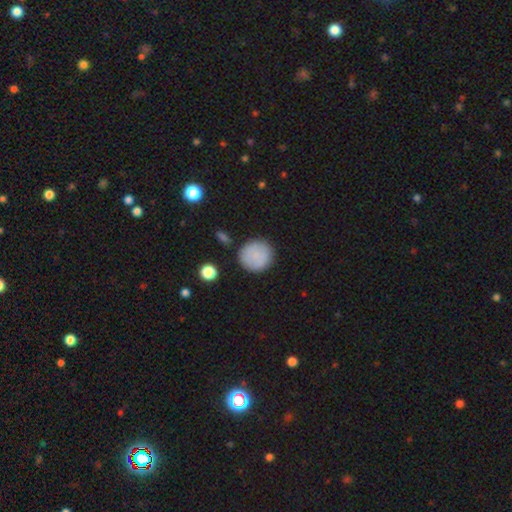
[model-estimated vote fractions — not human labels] Morphology: type=smooth (85%); roundness=round (93%); merging=none (84%).